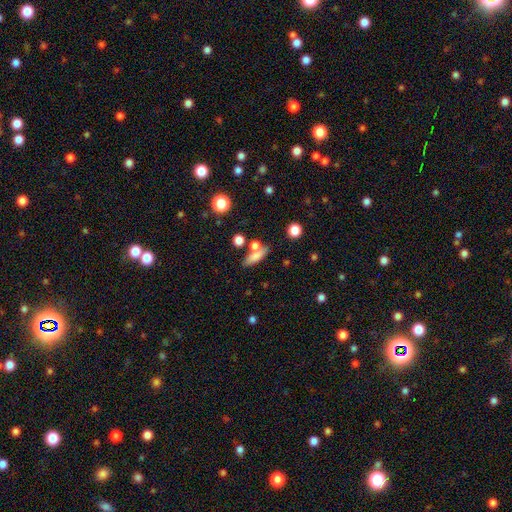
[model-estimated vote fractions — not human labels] This appears to be a smooth galaxy with no disk features (73%) that is cigar-shaped (52%). Merging: none (63%).